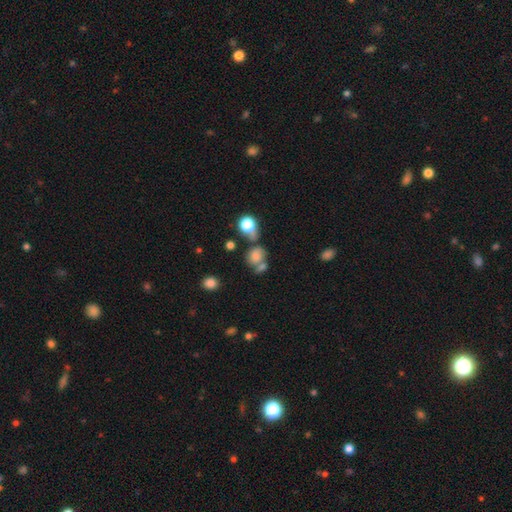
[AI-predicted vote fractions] smooth 65%, featured or disk 18%, star or artifact 17%. Down the decision tree: how rounded — round (62%); merging — merger (37%).